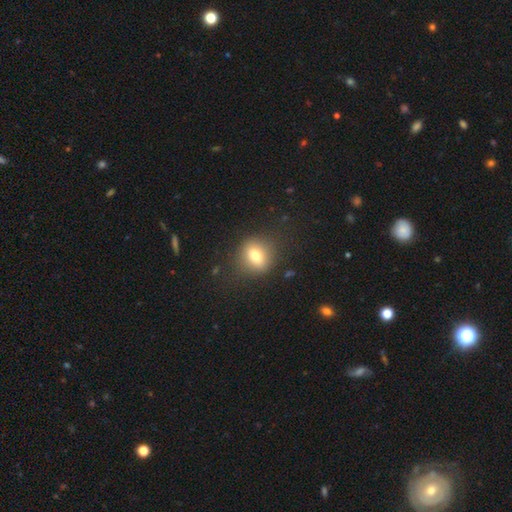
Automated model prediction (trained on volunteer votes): Smooth or featured? smooth (74%)
How rounded? round (59%)
Merging? none (83%)